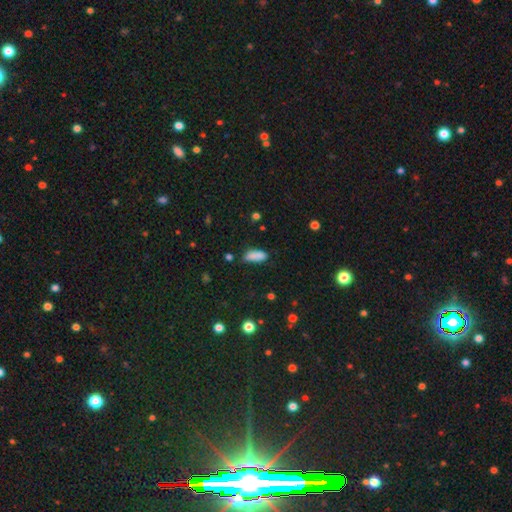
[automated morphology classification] A smooth galaxy with no disk features (84%) that is in between round and cigar-shaped (74%). Merging: none (66%).